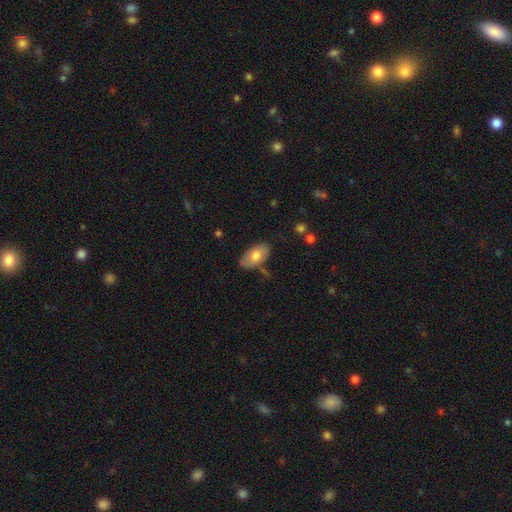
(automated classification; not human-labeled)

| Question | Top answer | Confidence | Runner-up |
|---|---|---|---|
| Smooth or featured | smooth | 73% | featured or disk (20%) |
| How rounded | in between | 94% | round (4%) |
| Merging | none | 70% | minor disturbance (21%) |